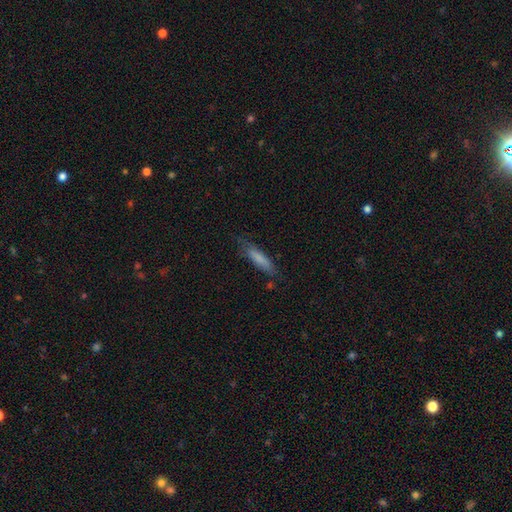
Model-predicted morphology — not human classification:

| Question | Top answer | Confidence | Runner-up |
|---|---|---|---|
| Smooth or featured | smooth | 69% | featured or disk (21%) |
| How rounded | cigar-shaped | 80% | in between (19%) |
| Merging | none | 75% | minor disturbance (18%) |